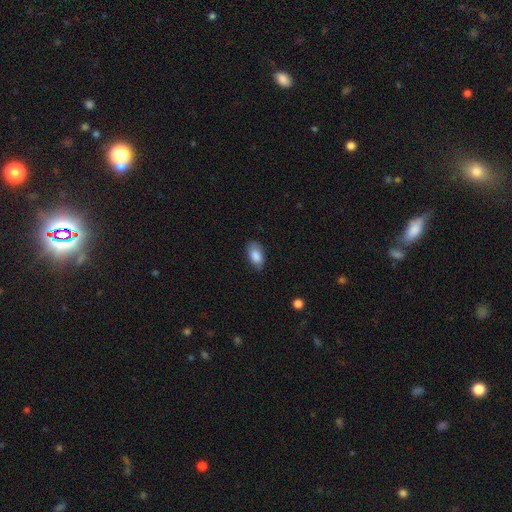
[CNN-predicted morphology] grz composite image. It shows a smooth galaxy with no disk features (86%) that is in between round and cigar-shaped (92%). Merging: none (79%).